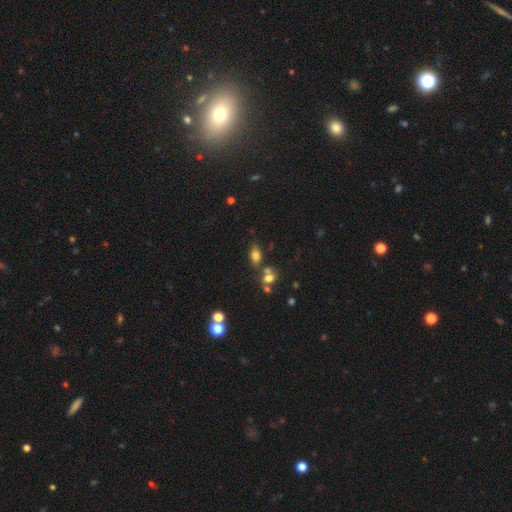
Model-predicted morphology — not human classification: The model was most divided on "merging": none: 62%, merger: 20%, minor disturbance: 13%, major disturbance: 5%. More confident: how rounded — in between (84%); smooth or featured — smooth (76%).